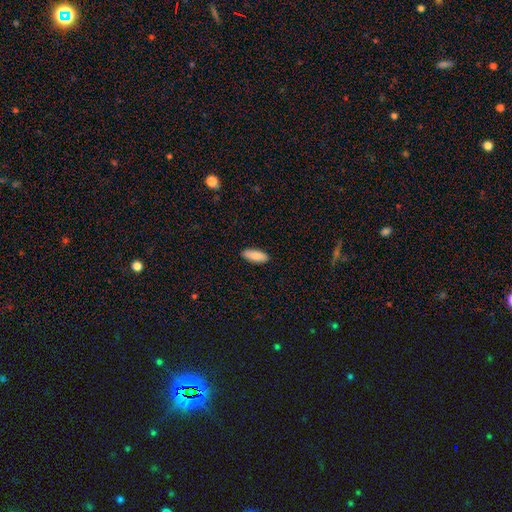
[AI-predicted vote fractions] Overall: smooth (87%). How rounded: in between (76%). Merging: none (90%).